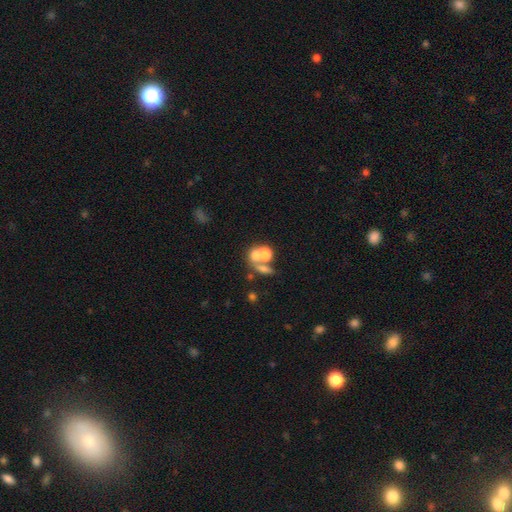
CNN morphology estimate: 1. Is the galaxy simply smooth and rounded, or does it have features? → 57% smooth, 24% featured or disk, 19% star or artifact.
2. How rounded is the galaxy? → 54% round, 43% in between, 2% cigar-shaped.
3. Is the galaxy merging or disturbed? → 54% merger, 29% none, 9% major disturbance, 8% minor disturbance.